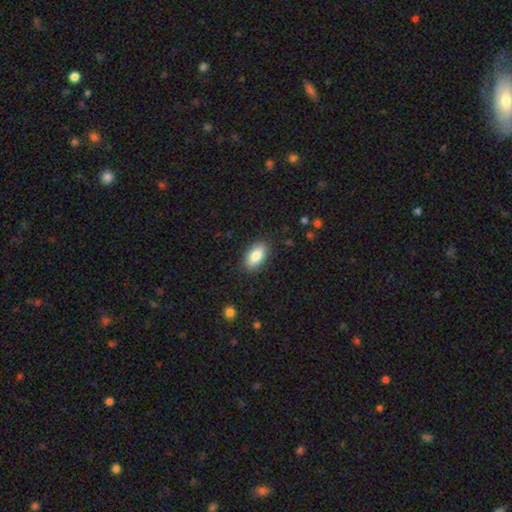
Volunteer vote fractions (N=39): Volunteers were most divided on "smooth or featured": smooth: 79%, featured or disk: 15%, star or artifact: 5%. More confident: how rounded — in between (94%); merging — none (86%).